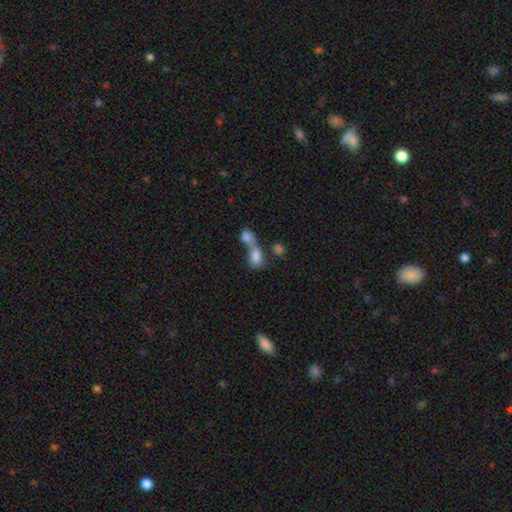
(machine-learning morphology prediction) The model was most divided on "how rounded": in between: 72%, round: 23%, cigar-shaped: 5%. More confident: smooth or featured — smooth (76%); merging — merger (75%).